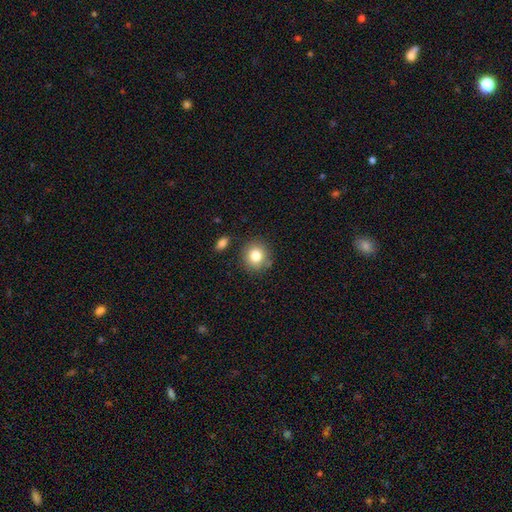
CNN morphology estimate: Smooth or featured? smooth (81%)
How rounded? round (86%)
Merging? none (82%)